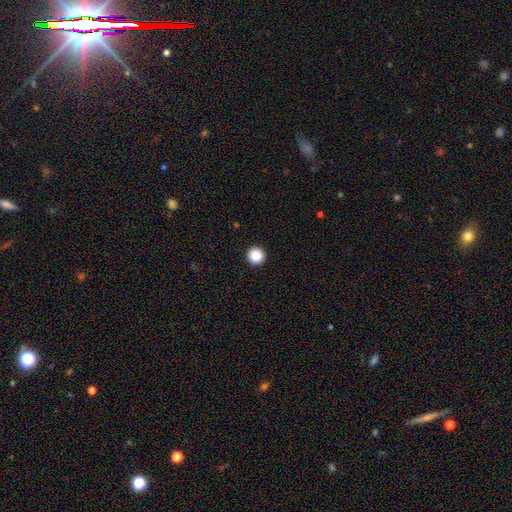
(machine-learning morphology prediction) Overall: smooth (87%). How rounded: round (97%). Merging: none (94%).